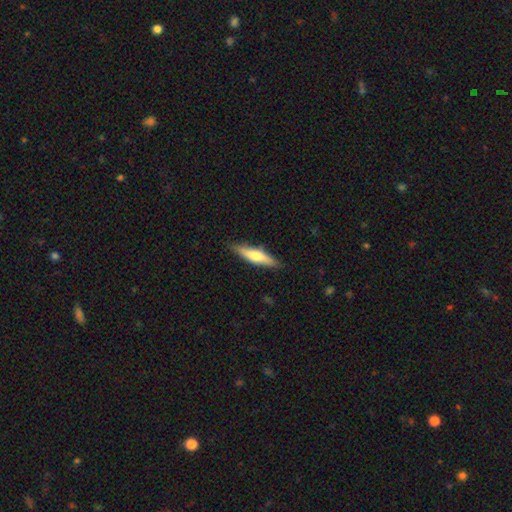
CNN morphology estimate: A smooth galaxy with no disk features (57%) that is cigar-shaped (77%).

Vote fractions:
- Smooth or featured? smooth: 57% / featured or disk: 37% / star or artifact: 6%
- How rounded? cigar-shaped: 77% / in between: 22% / round: 2%
- Merging? none: 86% / minor disturbance: 11% / major disturbance: 2% / merger: 1%